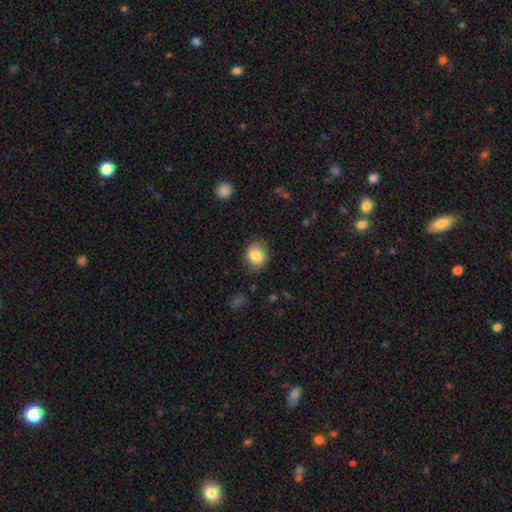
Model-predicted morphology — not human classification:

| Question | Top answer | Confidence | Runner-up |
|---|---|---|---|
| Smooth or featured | smooth | 84% | star or artifact (8%) |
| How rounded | round | 59% | in between (40%) |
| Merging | none | 80% | minor disturbance (15%) |